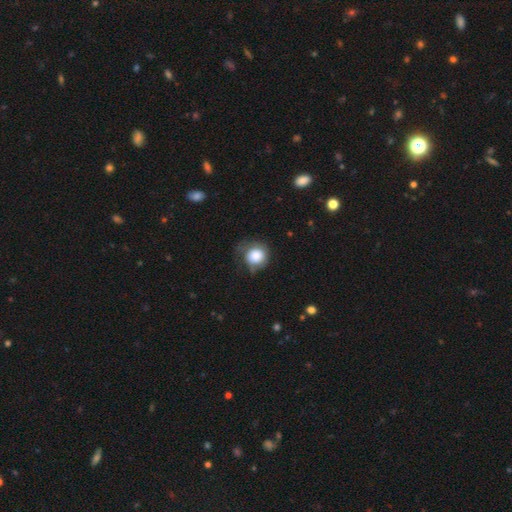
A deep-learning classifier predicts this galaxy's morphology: smooth_or_featured: smooth (p=0.76) [alt: featured or disk p=0.16]
how_rounded: round (p=0.87) [alt: in between p=0.12]
merging: none (p=0.50) [alt: minor disturbance p=0.29]